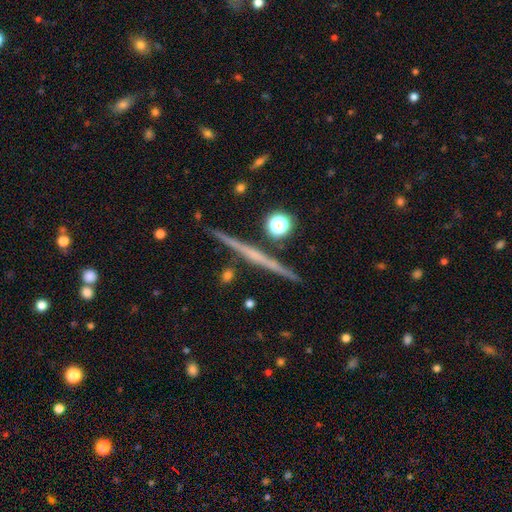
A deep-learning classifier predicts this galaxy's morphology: type=featured or disk (72%); edge-on=yes (98%); edge-on bulge=none (66%); merging=none (92%).